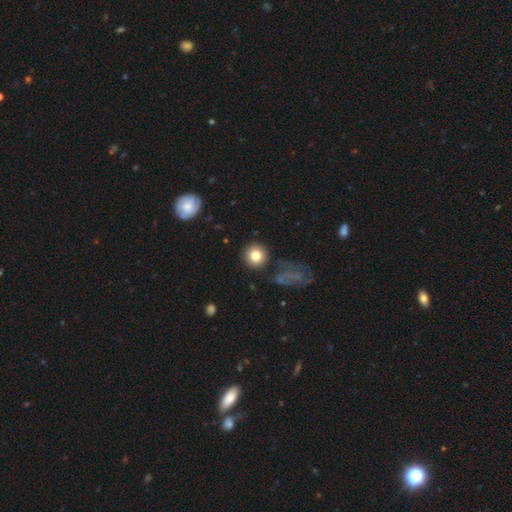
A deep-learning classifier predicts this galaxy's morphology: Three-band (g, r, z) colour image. It shows a smooth galaxy with no disk features (82%) that is round (93%). Merging: none (84%).